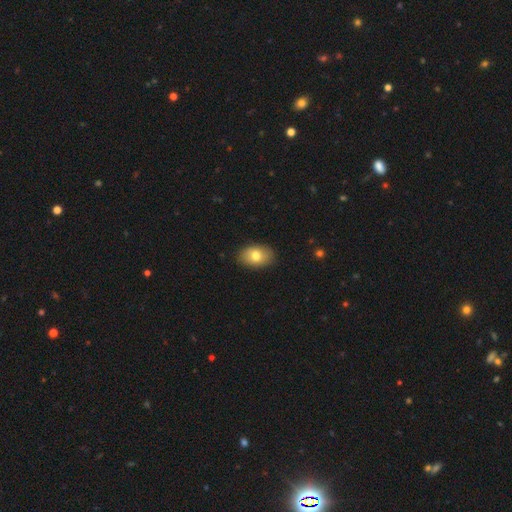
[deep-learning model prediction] This appears to be a smooth galaxy with no disk features (76%) that is in between round and cigar-shaped (86%). Merging: none (87%).